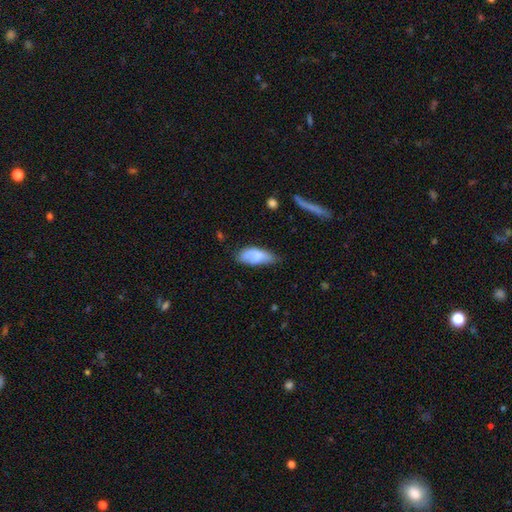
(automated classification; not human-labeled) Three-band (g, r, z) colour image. It shows a smooth galaxy with no disk features (76%) that is in between round and cigar-shaped (87%). Merging: none (44%).